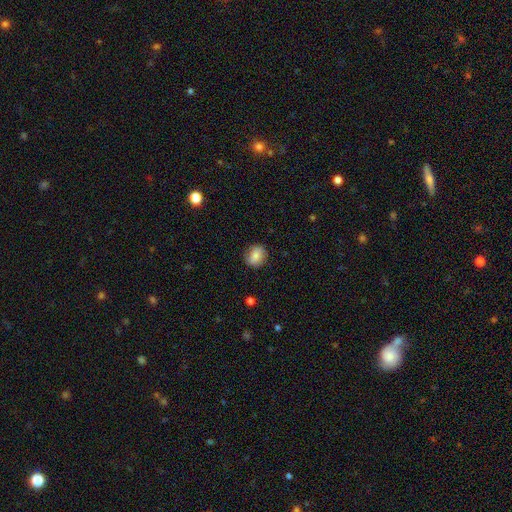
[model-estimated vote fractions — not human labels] Overall: smooth (81%). How rounded: round (67%; in between 32%). Merging: none (82%).